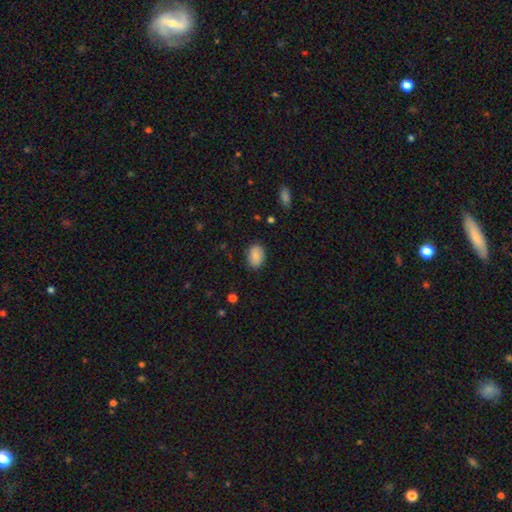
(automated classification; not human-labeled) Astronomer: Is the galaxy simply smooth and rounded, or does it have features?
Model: smooth — 83%.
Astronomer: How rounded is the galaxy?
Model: in between — 81%.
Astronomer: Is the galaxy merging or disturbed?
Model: none — 85%.